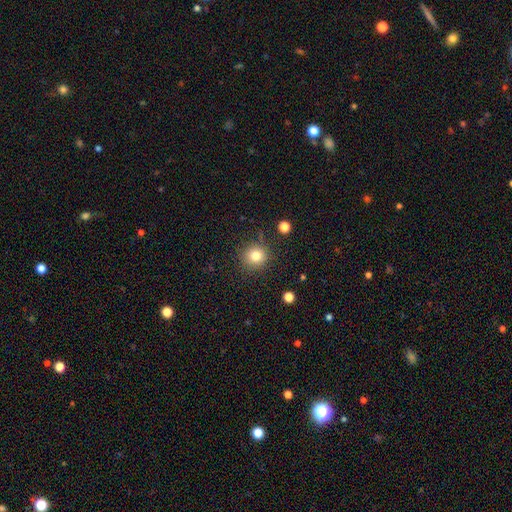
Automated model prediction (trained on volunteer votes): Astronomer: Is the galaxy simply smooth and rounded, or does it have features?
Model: smooth — 80%.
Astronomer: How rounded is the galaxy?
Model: round — 92%.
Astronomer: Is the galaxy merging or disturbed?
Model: none — 86%.